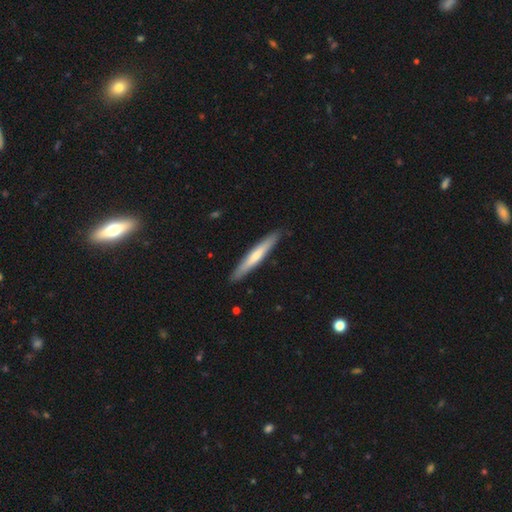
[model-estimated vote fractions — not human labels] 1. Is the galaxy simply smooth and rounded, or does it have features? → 53% smooth, 42% featured or disk, 5% star or artifact.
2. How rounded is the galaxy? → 95% cigar-shaped, 4% in between, 1% round.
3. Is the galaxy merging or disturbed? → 90% none, 8% minor disturbance, 1% major disturbance, 1% merger.